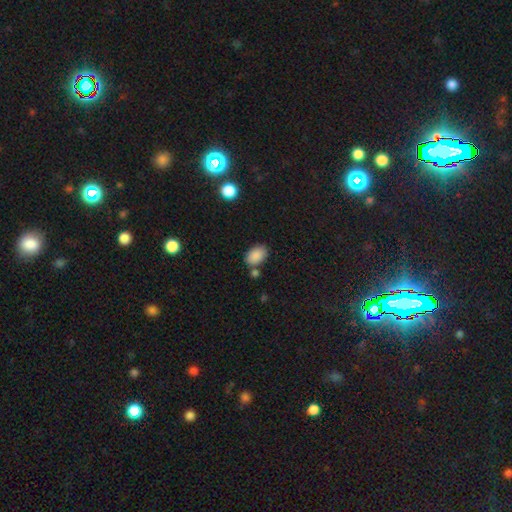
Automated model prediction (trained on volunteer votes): Overall: smooth (87%). How rounded: in between (87%). Merging: none (70%).